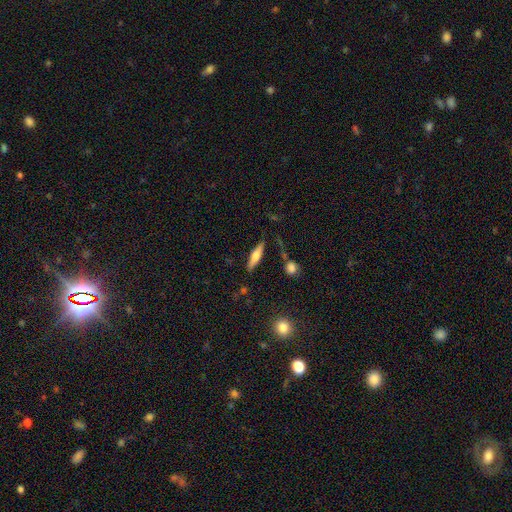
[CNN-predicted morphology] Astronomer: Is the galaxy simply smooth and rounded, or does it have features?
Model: smooth — 48% (runner-up: featured or disk, 45%).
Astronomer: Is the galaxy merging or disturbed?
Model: none — 80%.